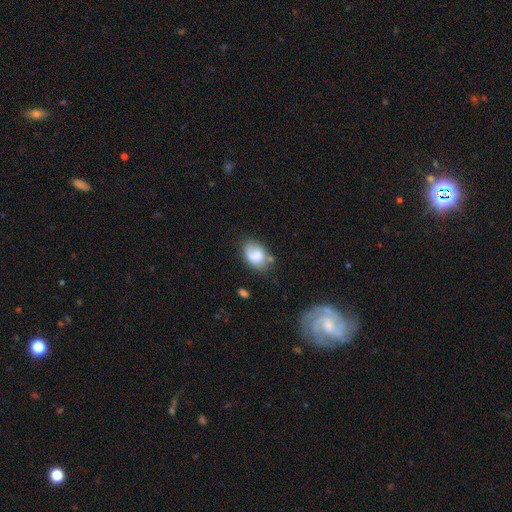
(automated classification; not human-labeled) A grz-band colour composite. It shows a smooth galaxy with no disk features (76%) that is in between round and cigar-shaped (83%). Merging: none (54%).